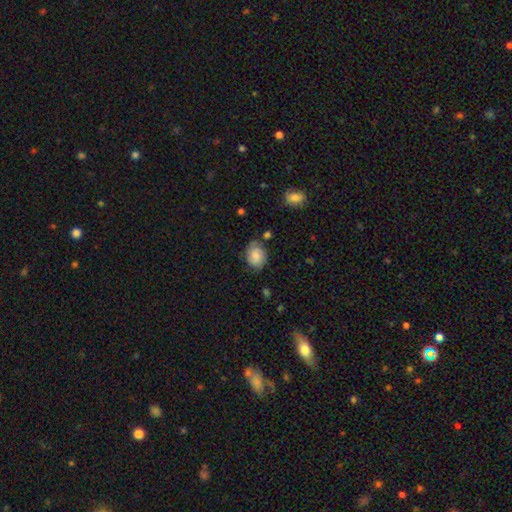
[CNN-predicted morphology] Smooth or featured? Predicted: smooth (p=0.63). How rounded? Predicted: in between (p=0.60). Merging? Predicted: none (p=0.68).